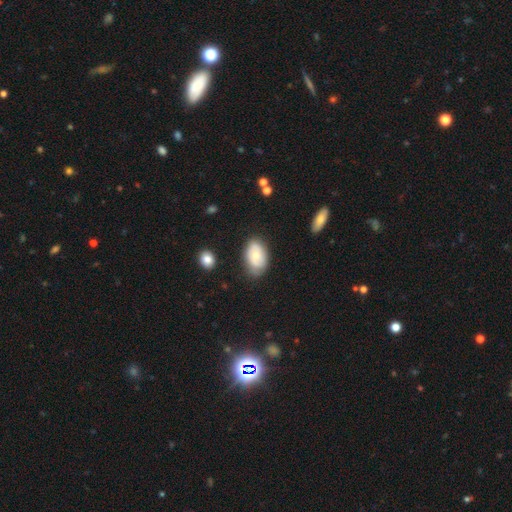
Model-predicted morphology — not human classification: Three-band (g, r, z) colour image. It shows a smooth galaxy with no disk features (54%) that is in between round and cigar-shaped (88%). Merging: none (69%).